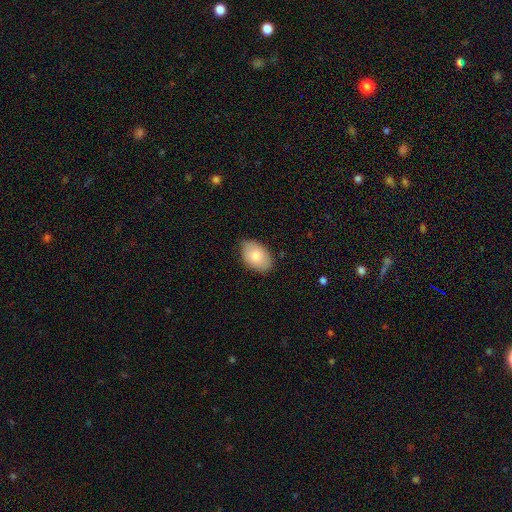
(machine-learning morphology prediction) Smooth or featured: smooth — 82% (featured or disk — 12%)
How rounded: in between — 90% (round — 9%)
Merging: none — 79% (minor disturbance — 17%)